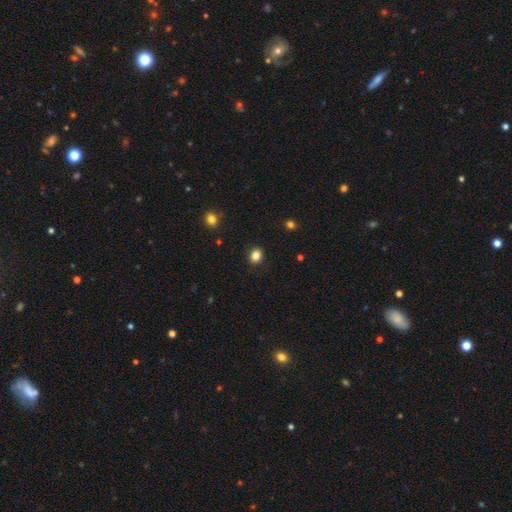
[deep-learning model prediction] This is clearly a smooth galaxy (84%). How rounded: possibly round (60%). Merging: clearly none (89%).